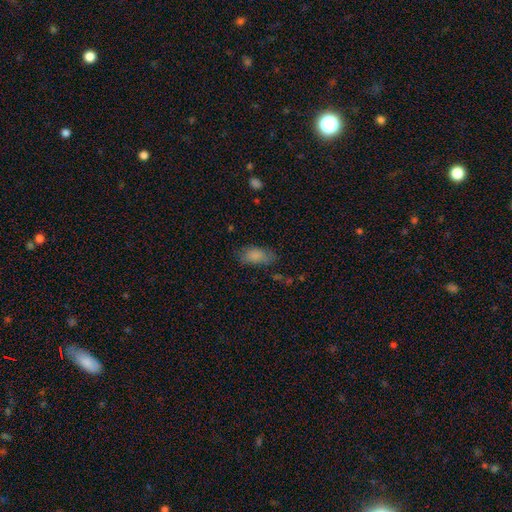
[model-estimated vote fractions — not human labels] Smooth or featured: smooth — 83% (featured or disk — 9%)
How rounded: in between — 88% (cigar-shaped — 9%)
Merging: none — 68% (minor disturbance — 22%)